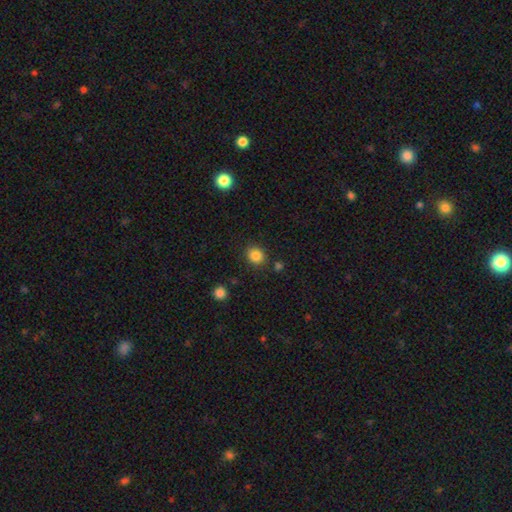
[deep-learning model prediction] Smooth or featured?
  - smooth: 85% *
  - star or artifact: 11%
  - featured or disk: 5%
How rounded?
  - round: 75% *
  - in between: 24%
  - cigar-shaped: 1%
Merging?
  - none: 85% *
  - minor disturbance: 9%
  - merger: 3%
  - major disturbance: 3%